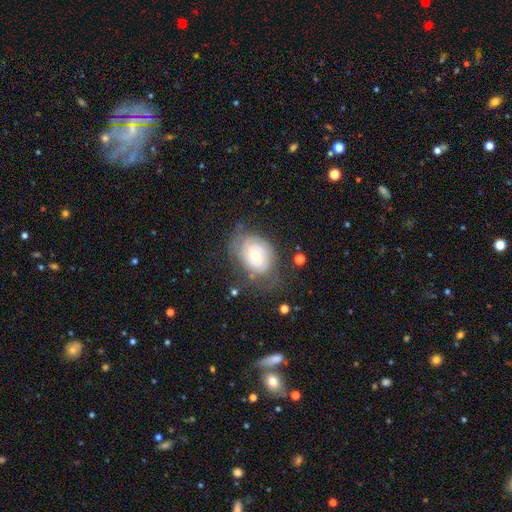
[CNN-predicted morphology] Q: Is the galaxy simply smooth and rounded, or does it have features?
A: featured or disk — 79%.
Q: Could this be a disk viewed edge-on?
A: no — 96%.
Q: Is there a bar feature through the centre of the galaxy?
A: no — 63%.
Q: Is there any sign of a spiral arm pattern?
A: yes — 90%.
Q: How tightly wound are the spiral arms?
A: tight — 75%.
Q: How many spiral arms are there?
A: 2 — 39%.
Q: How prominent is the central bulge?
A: moderate — 60%.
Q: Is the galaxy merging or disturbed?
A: none — 63%.